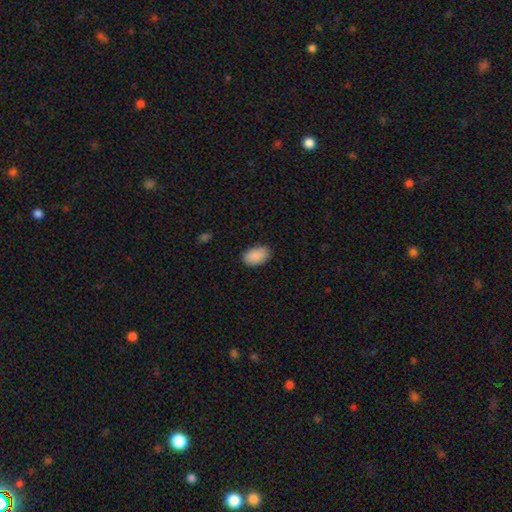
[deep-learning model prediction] smooth-or-featured: smooth: 90% | star or artifact: 7% | featured or disk: 3%
  how-rounded: in between: 92% | round: 6% | cigar-shaped: 1%
  merging: none: 84% | minor disturbance: 12% | major disturbance: 2% | merger: 1%